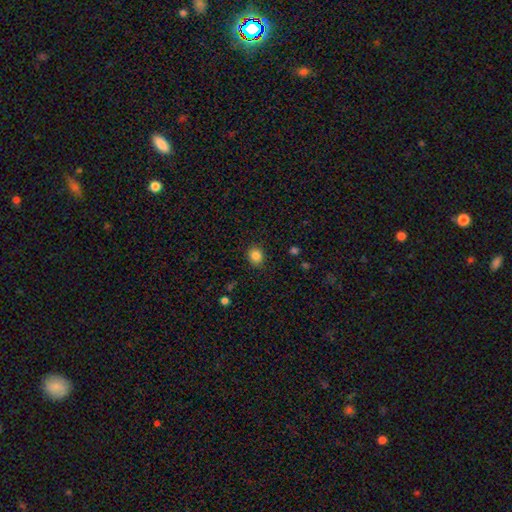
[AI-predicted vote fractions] The model was most divided on "how rounded": round: 72%, in between: 27%, cigar-shaped: 1%. More confident: merging — none (87%); smooth or featured — smooth (85%).